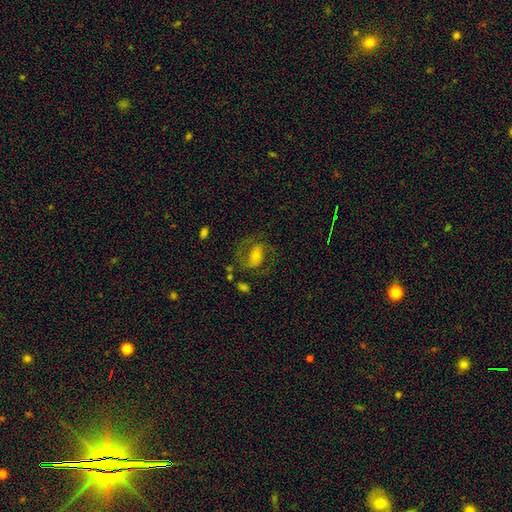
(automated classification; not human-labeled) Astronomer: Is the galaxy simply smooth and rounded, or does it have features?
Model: featured or disk — 67%.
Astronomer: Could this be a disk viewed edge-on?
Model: no — 96%.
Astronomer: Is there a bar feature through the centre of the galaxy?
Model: weak — 39% (runner-up: no, 35%).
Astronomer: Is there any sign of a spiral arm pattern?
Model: yes — 84%.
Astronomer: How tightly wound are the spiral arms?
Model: medium — 55%.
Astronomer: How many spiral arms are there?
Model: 2 — 84%.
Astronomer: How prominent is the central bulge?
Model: moderate — 54% (runner-up: small, 35%).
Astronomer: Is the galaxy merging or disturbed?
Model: none — 67%.